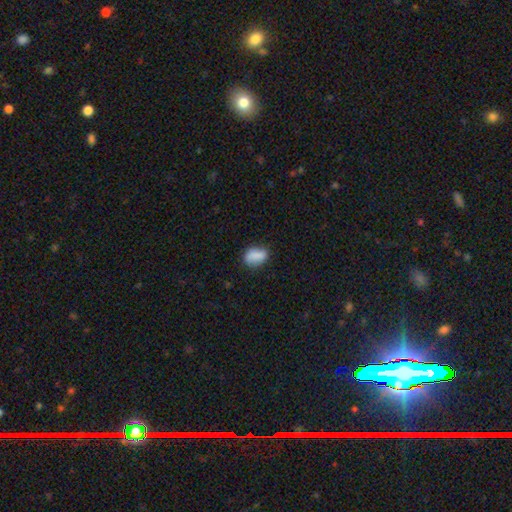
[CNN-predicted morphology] A smooth galaxy with no disk features (83%) that is in between round and cigar-shaped (79%).

Vote fractions:
- Smooth or featured? smooth: 83% / featured or disk: 9% / star or artifact: 8%
- How rounded? in between: 79% / round: 17% / cigar-shaped: 4%
- Merging? none: 71% / minor disturbance: 22% / major disturbance: 5% / merger: 2%